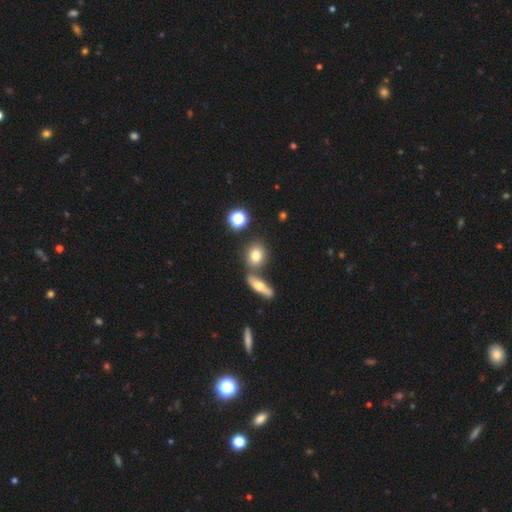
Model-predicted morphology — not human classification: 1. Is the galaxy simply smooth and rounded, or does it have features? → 74% smooth, 14% featured or disk, 12% star or artifact.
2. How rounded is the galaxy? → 57% round, 40% in between, 4% cigar-shaped.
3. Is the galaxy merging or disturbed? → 66% none, 20% merger, 10% minor disturbance, 3% major disturbance.